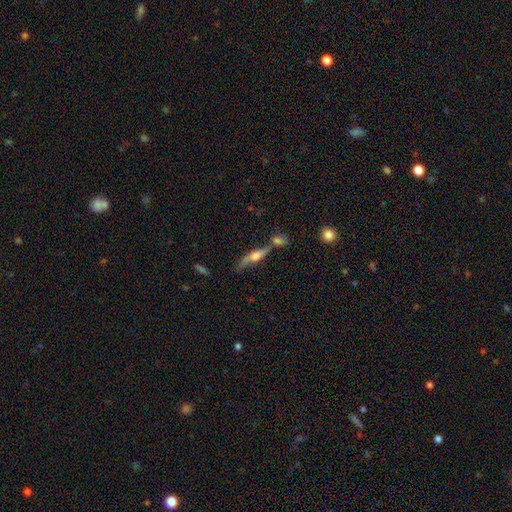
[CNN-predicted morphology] Smooth or featured?
  - featured or disk: 67% *
  - smooth: 25%
  - star or artifact: 8%
Edge-on disk?
  - yes: 85% *
  - no: 15%
Edge-on bulge?
  - rounded: 83% *
  - boxy: 12%
  - none: 5%
Merging?
  - none: 53% *
  - merger: 24%
  - minor disturbance: 16%
  - major disturbance: 7%